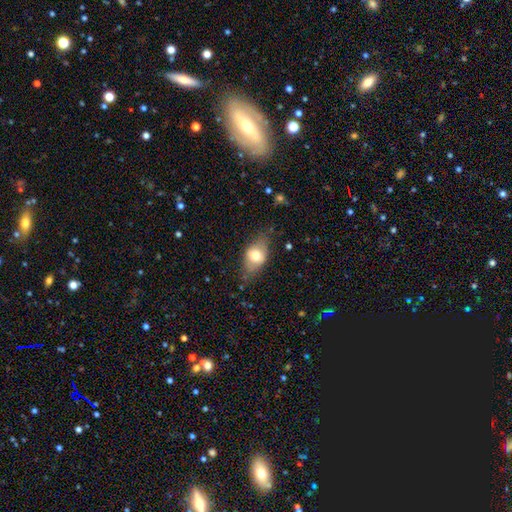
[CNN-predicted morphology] Q: Smooth or featured?
A: smooth (66%); runner-up: featured or disk (27%)
Q: How rounded?
A: in between (84%); runner-up: round (12%)
Q: Merging?
A: none (70%); runner-up: minor disturbance (22%)